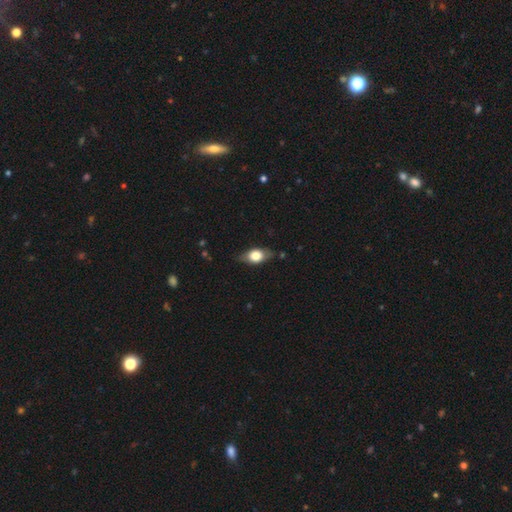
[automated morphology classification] The model was most divided on "smooth or featured": smooth: 64%, featured or disk: 28%, star or artifact: 7%. More confident: how rounded — in between (79%); merging — none (76%).